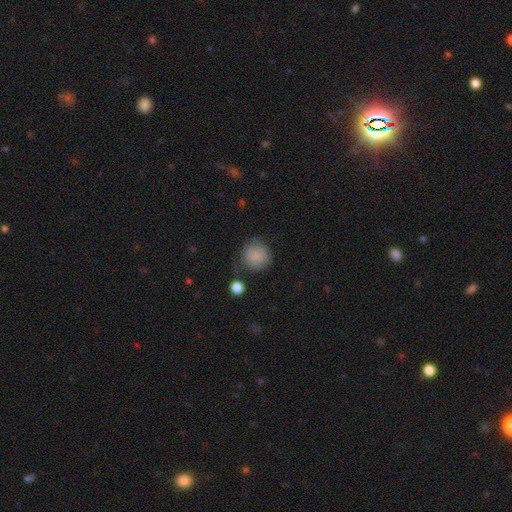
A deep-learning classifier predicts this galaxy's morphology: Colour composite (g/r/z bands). It shows a smooth galaxy with no disk features (86%) that is round (92%). Merging: none (73%).